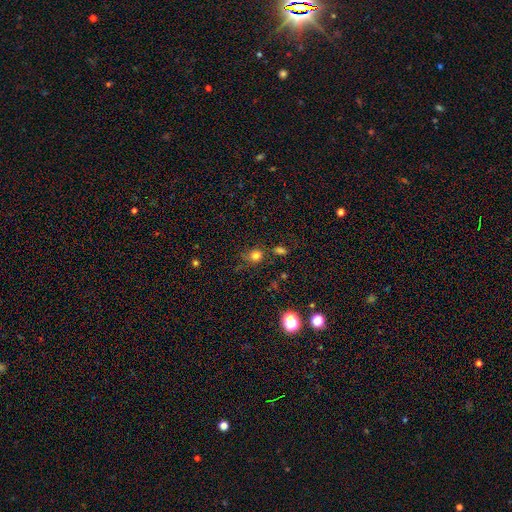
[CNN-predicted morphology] smooth_or_featured: smooth (p=0.77) [alt: star or artifact p=0.17]
how_rounded: round (p=0.79) [alt: in between p=0.19]
merging: none (p=0.71) [alt: minor disturbance p=0.17]